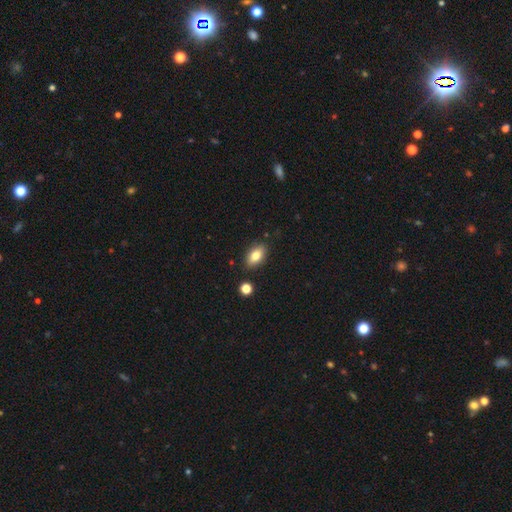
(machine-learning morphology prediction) Overall: smooth (80%). How rounded: in between (89%). Merging: none (85%).